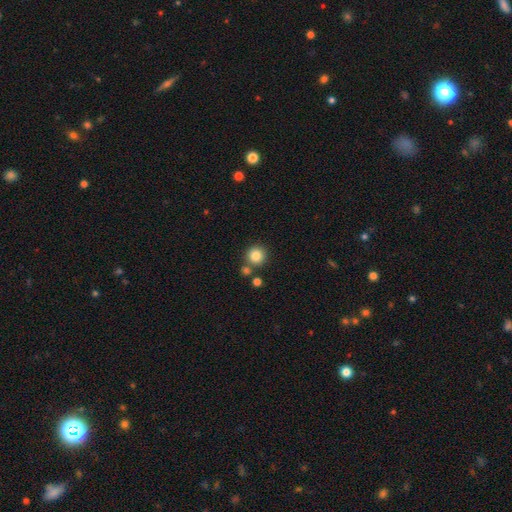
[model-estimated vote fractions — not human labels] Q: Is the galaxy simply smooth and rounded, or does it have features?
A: smooth — 84%.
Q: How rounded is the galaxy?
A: round — 93%.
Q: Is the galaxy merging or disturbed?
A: none — 75%.